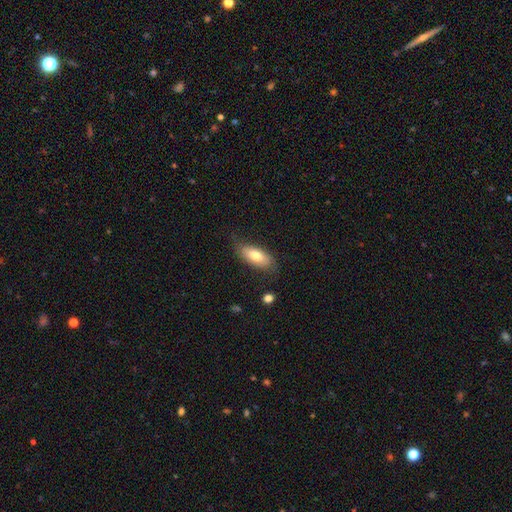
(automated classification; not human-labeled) A smooth galaxy with no disk features (73%) that is in between round and cigar-shaped (84%).

Vote fractions:
- Smooth or featured? smooth: 73% / featured or disk: 21% / star or artifact: 6%
- How rounded? in between: 84% / cigar-shaped: 14% / round: 3%
- Merging? none: 68% / minor disturbance: 23% / major disturbance: 7% / merger: 2%